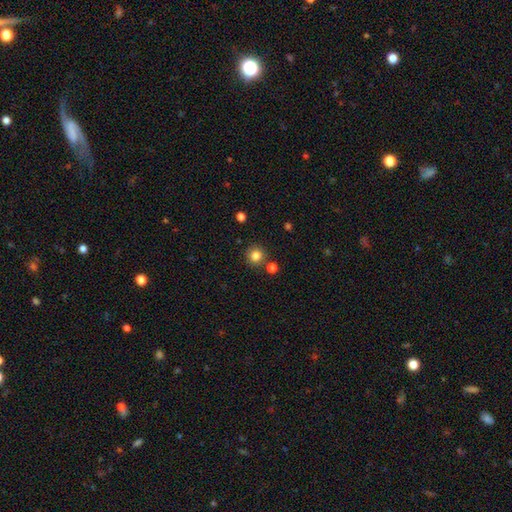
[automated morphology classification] type=smooth (83%); roundness=round (94%); merging=none (84%).